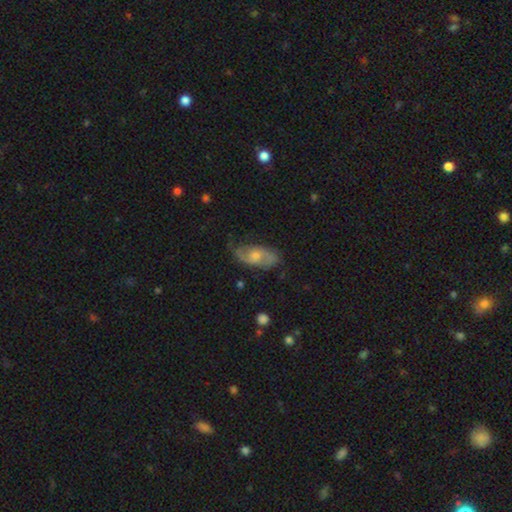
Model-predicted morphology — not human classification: smooth_or_featured: featured or disk (p=0.70) [alt: smooth p=0.23]
disk_edge_on: no (p=0.93) [alt: yes p=0.07]
bar: no (p=0.65) [alt: weak p=0.30]
has_spiral_arms: yes (p=0.89) [alt: no p=0.11]
spiral_winding: medium (p=0.44) [alt: loose p=0.33]
spiral_arm_count: 2 (p=0.80) [alt: can't tell p=0.12]
bulge_size: moderate (p=0.51) [alt: small p=0.40]
merging: none (p=0.69) [alt: minor disturbance p=0.22]